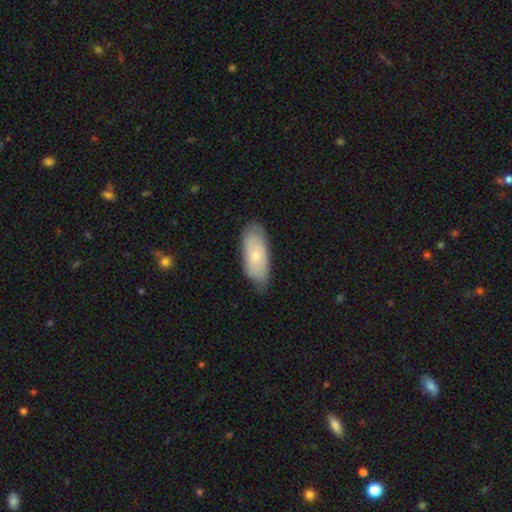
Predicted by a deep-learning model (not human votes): smooth_or_featured: smooth (p=0.63) [alt: featured or disk p=0.31]
how_rounded: in between (p=0.84) [alt: cigar-shaped p=0.14]
merging: none (p=0.76) [alt: minor disturbance p=0.20]